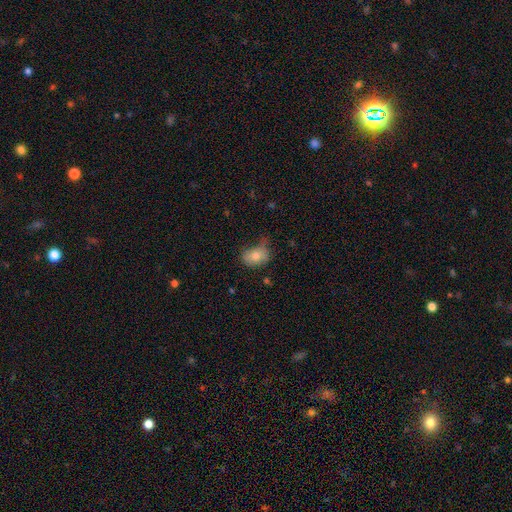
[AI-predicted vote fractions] The model was most divided on "merging": none: 50%, minor disturbance: 36%, major disturbance: 11%, merger: 3%. More confident: smooth or featured — smooth (77%); how rounded — in between (73%).